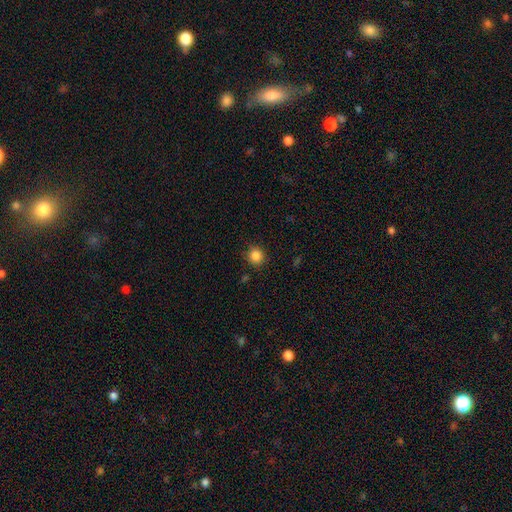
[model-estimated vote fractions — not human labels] smooth 86%, star or artifact 11%, featured or disk 3%. Down the decision tree: how rounded — round (90%); merging — none (88%).